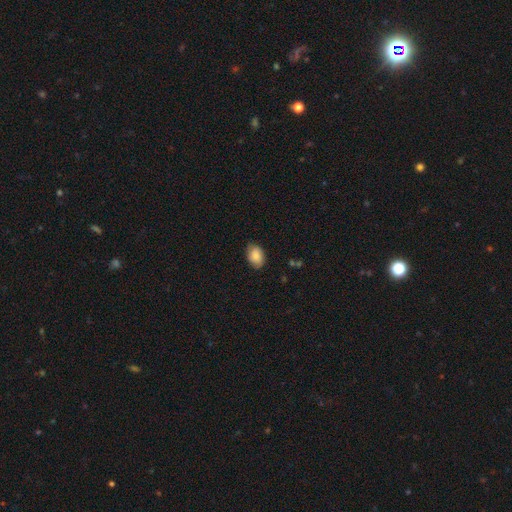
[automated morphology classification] A smooth galaxy with no disk features (85%) that is in between round and cigar-shaped (83%). Merging: none (79%).